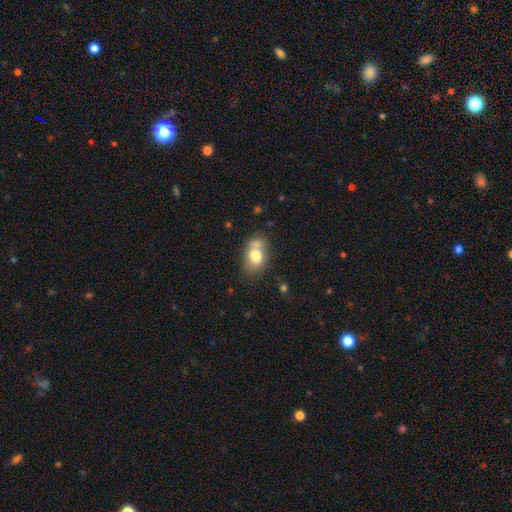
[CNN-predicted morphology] Smooth or featured? Predicted: smooth (p=0.74). How rounded? Predicted: in between (p=0.74). Merging? Predicted: none (p=0.41).